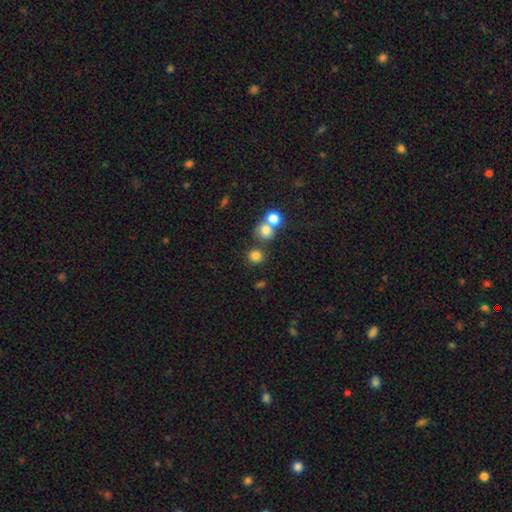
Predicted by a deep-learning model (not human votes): smooth-or-featured: smooth: 79% | star or artifact: 14% | featured or disk: 7%
  how-rounded: round: 89% | in between: 10% | cigar-shaped: 1%
  merging: none: 70% | merger: 20% | minor disturbance: 7% | major disturbance: 3%